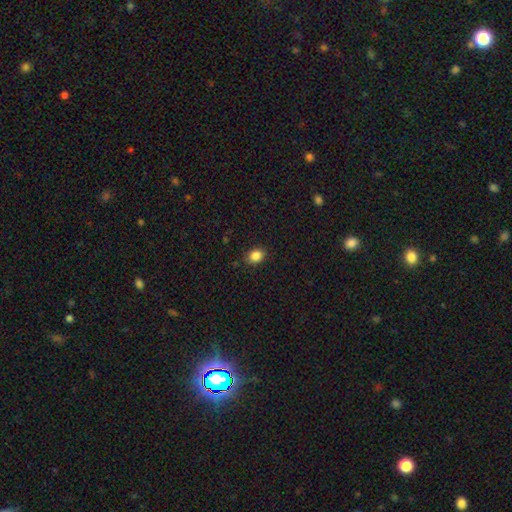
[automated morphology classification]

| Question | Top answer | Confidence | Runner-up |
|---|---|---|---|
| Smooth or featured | smooth | 87% | star or artifact (10%) |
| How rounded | in between | 57% | round (42%) |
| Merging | none | 87% | minor disturbance (10%) |